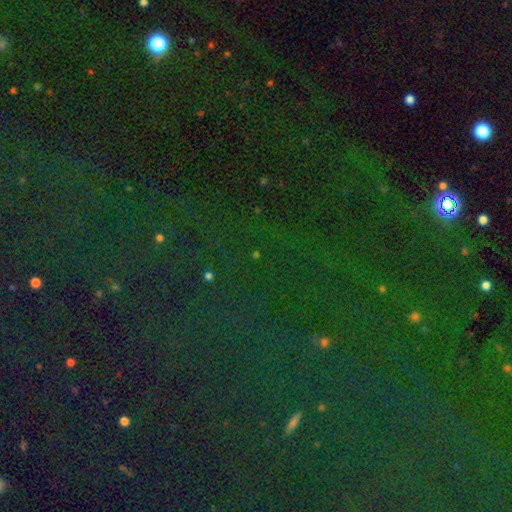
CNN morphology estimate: smooth_or_featured: star or artifact (p=0.81) [alt: smooth p=0.12]